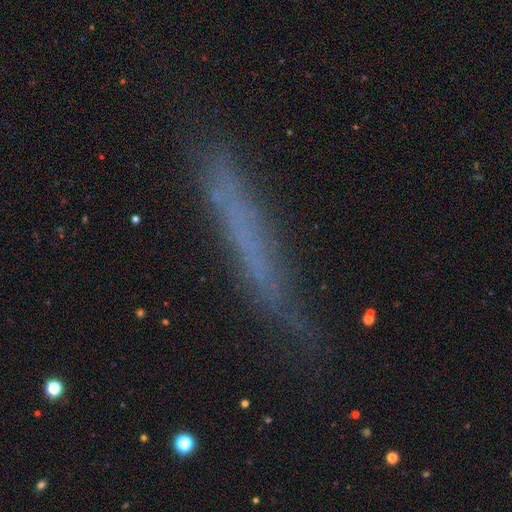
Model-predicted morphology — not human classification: smooth-or-featured: smooth: 44% | featured or disk: 41% | star or artifact: 14%
  merging: none: 77% | minor disturbance: 16% | major disturbance: 5% | merger: 2%